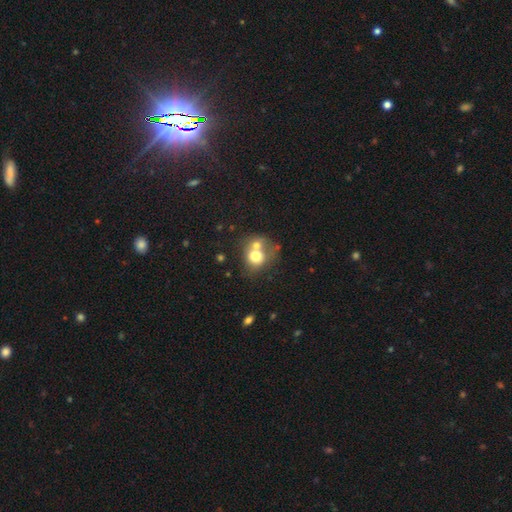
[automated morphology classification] The model was most divided on "merging": merger: 53%, none: 32%, minor disturbance: 9%, major disturbance: 5%. More confident: how rounded — round (71%); smooth or featured — smooth (70%).